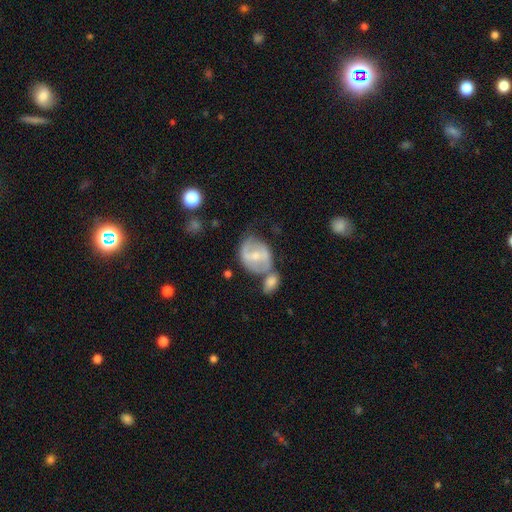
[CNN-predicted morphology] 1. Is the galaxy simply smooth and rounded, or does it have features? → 64% featured or disk, 30% smooth, 6% star or artifact.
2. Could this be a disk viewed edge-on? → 96% no, 4% yes.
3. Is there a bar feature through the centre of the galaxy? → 43% weak, 32% strong, 25% no.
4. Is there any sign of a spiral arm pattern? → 70% yes, 30% no.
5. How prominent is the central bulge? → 49% small, 45% moderate, 3% none, 2% large, 1% dominant.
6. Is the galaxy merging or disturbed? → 38% none, 35% merger, 18% minor disturbance, 9% major disturbance.